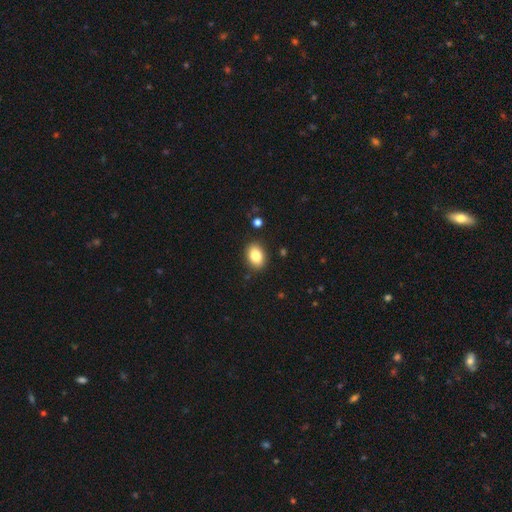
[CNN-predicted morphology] smooth 85%, star or artifact 8%, featured or disk 7%. Down the decision tree: how rounded — in between (78%); merging — none (87%).